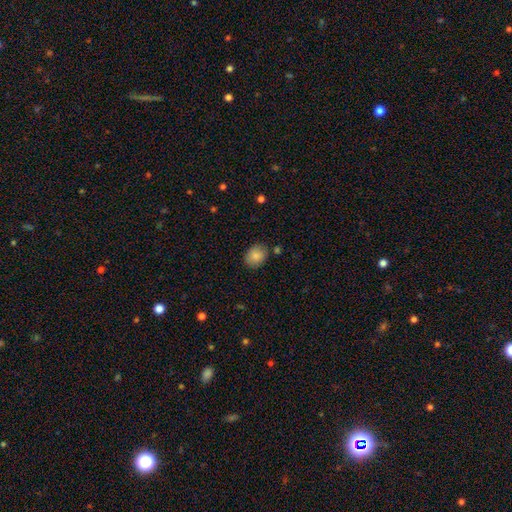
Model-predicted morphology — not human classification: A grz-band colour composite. It shows a smooth galaxy with no disk features (86%) that is in between round and cigar-shaped (53%). Merging: none (81%).